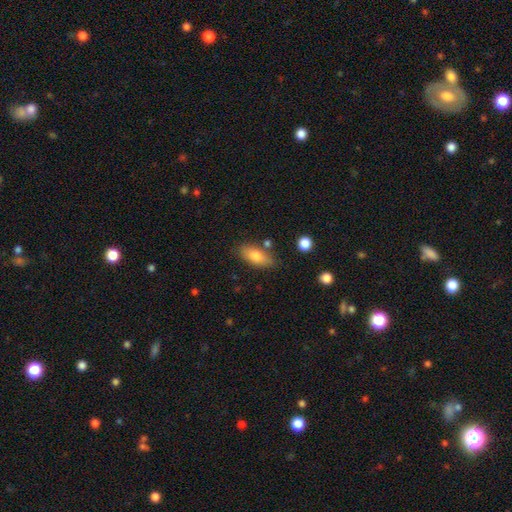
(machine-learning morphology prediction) The model was most divided on "merging": none: 74%, minor disturbance: 16%, merger: 6%, major disturbance: 4%. More confident: how rounded — in between (84%); smooth or featured — smooth (77%).